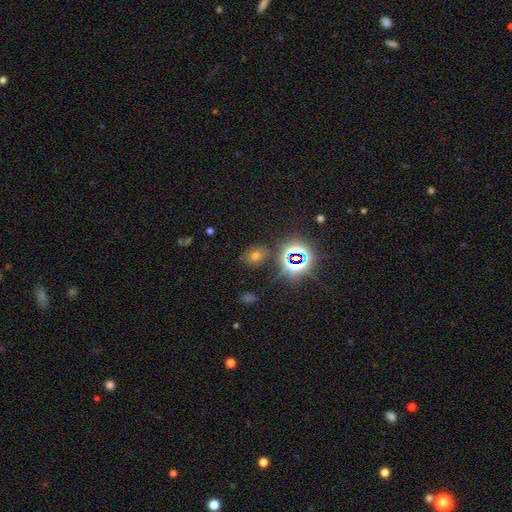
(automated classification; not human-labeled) Q: Smooth or featured?
A: smooth (45%); tied with: star or artifact (45%)
Q: Merging?
A: none (81%); runner-up: minor disturbance (11%)